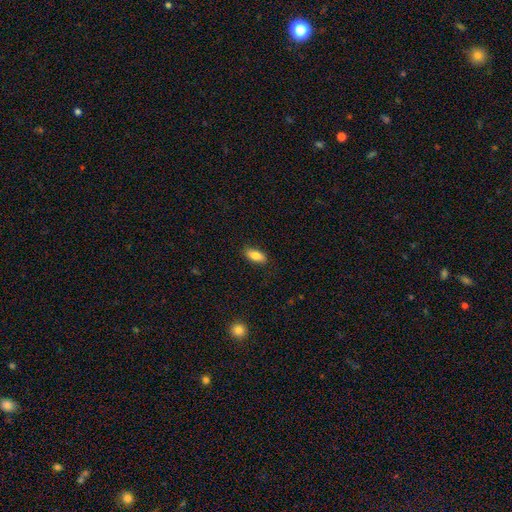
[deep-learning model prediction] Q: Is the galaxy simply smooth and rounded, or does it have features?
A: smooth — 82%.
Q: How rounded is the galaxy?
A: in between — 85%.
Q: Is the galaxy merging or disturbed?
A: none — 87%.